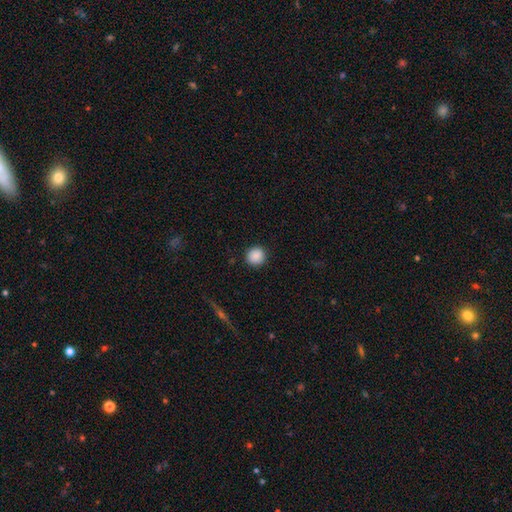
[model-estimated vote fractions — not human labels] Morphology: type=smooth (88%); roundness=round (93%); merging=none (91%).